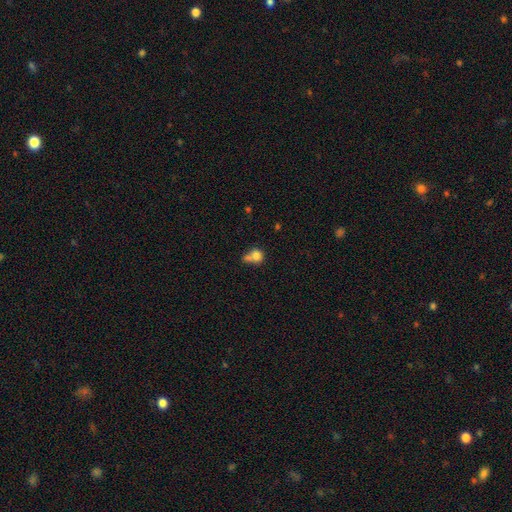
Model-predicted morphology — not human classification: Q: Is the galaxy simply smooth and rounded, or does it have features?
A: smooth — 76%.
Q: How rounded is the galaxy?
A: round — 65%.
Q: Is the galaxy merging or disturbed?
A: merger — 49%.